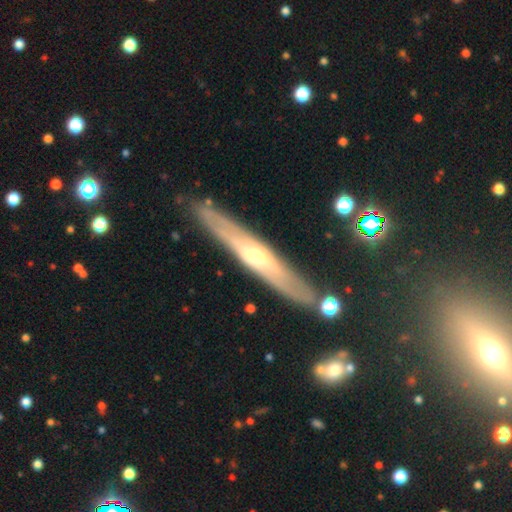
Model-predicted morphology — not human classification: Smooth or featured: featured or disk — 71% (smooth — 22%)
Edge-on disk: yes — 81% (no — 19%)
Edge-on bulge: rounded — 70% (none — 25%)
Merging: none — 86% (minor disturbance — 10%)